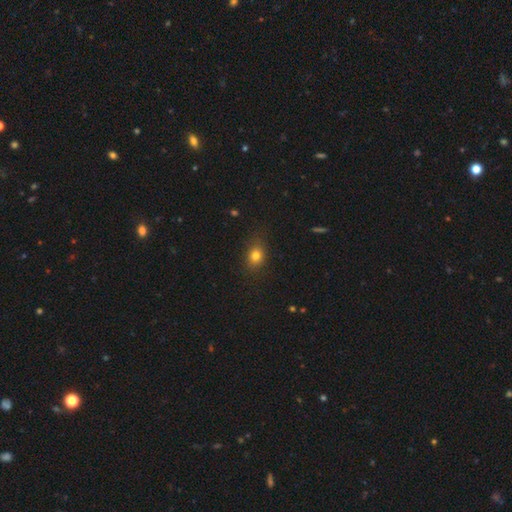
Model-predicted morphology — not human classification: Overall: smooth (79%). How rounded: in between (54%; round 45%). Merging: none (81%).